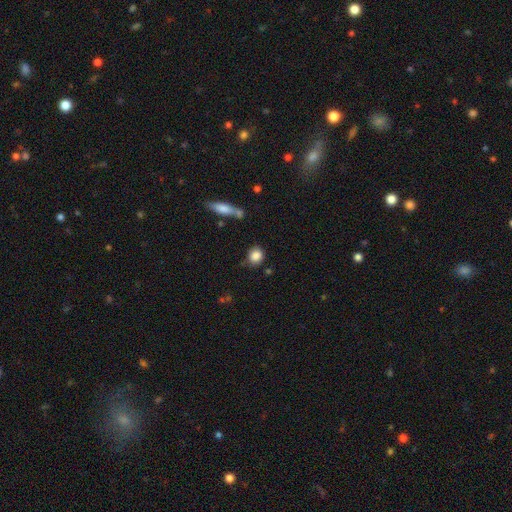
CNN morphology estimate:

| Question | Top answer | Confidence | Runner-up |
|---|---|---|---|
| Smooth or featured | smooth | 86% | star or artifact (9%) |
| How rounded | round | 69% | in between (29%) |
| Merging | none | 75% | minor disturbance (16%) |